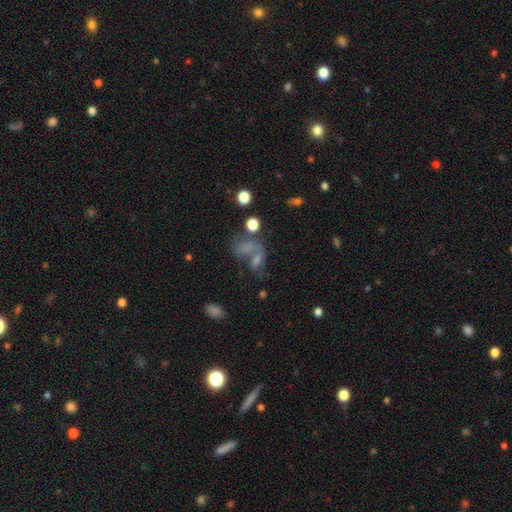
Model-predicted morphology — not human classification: smooth-or-featured: smooth: 41% | featured or disk: 33% | star or artifact: 26%
  merging: merger: 32% | none: 29% | major disturbance: 26% | minor disturbance: 13%